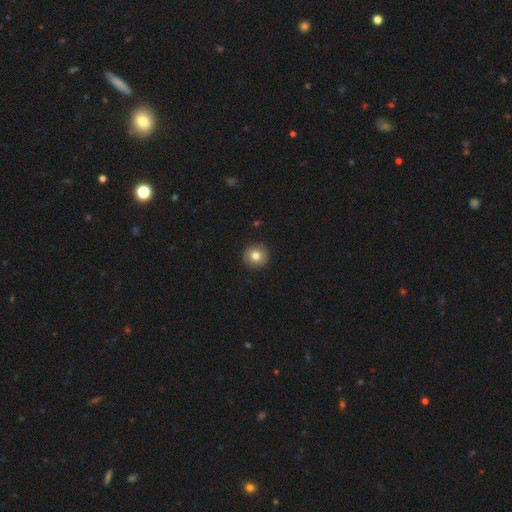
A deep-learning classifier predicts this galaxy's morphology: A smooth galaxy with no disk features (82%) that is round (93%). Merging: none (91%).